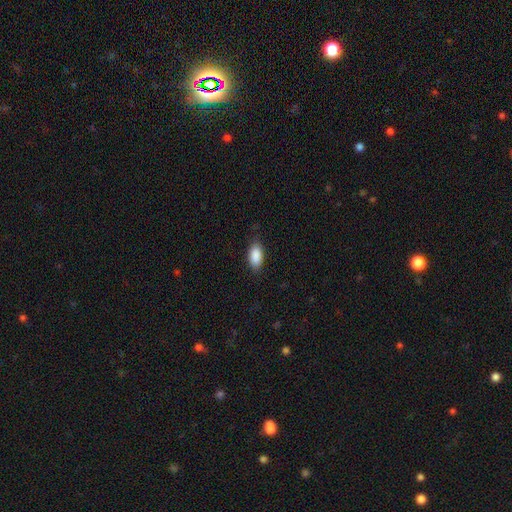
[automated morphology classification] smooth-or-featured: smooth: 89% | star or artifact: 7% | featured or disk: 4%
  how-rounded: in between: 91% | cigar-shaped: 5% | round: 3%
  merging: none: 82% | minor disturbance: 14% | major disturbance: 3% | merger: 1%